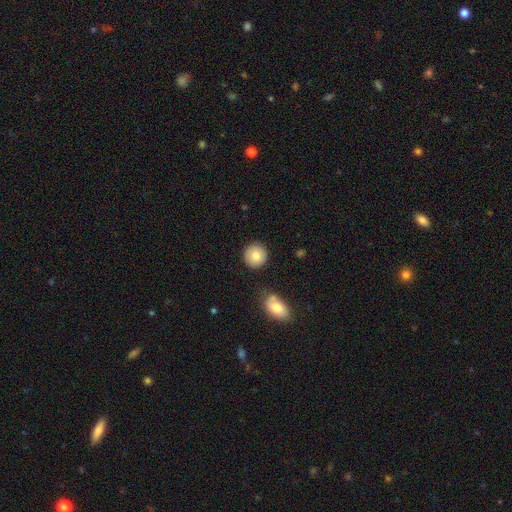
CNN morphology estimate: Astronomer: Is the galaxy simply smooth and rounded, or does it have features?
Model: smooth — 82%.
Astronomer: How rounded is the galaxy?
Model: round — 92%.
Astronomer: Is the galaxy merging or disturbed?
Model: none — 87%.